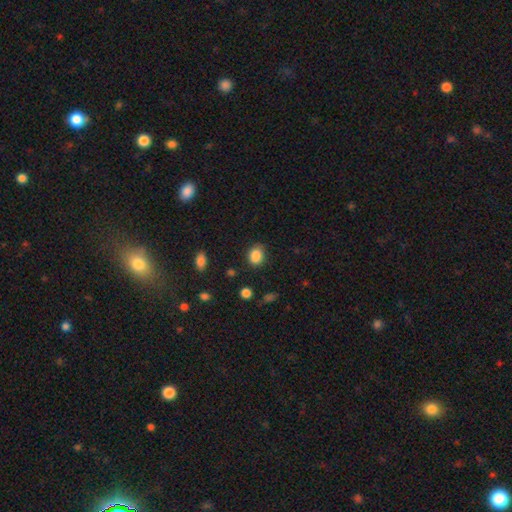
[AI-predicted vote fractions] This is clearly a smooth galaxy (87%). How rounded: possibly in between (52%). Merging: likely none (77%).